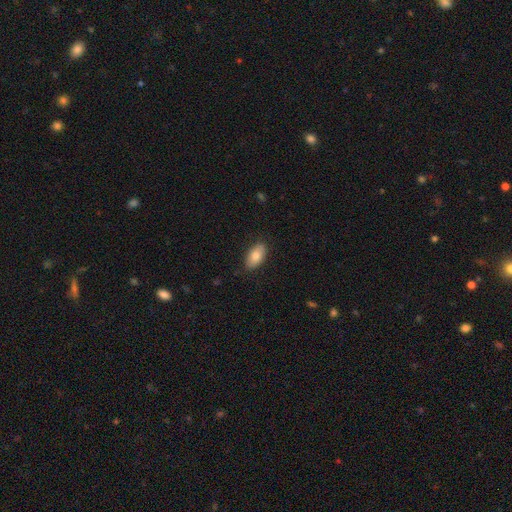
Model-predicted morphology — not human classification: smooth 80%, featured or disk 14%, star or artifact 7%. Down the decision tree: how rounded — in between (93%); merging — none (86%).